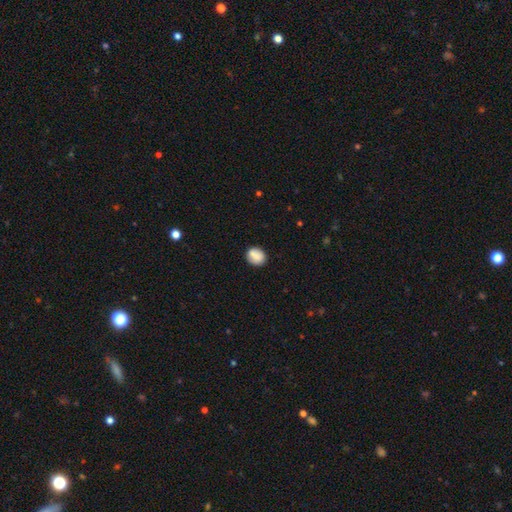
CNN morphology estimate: Overall: smooth (83%). How rounded: round (61%; in between 38%). Merging: none (78%).